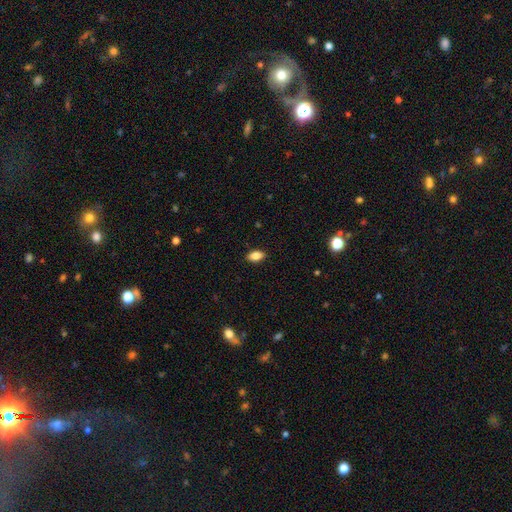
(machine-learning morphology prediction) Smooth or featured? smooth (85%)
How rounded? in between (91%)
Merging? none (89%)